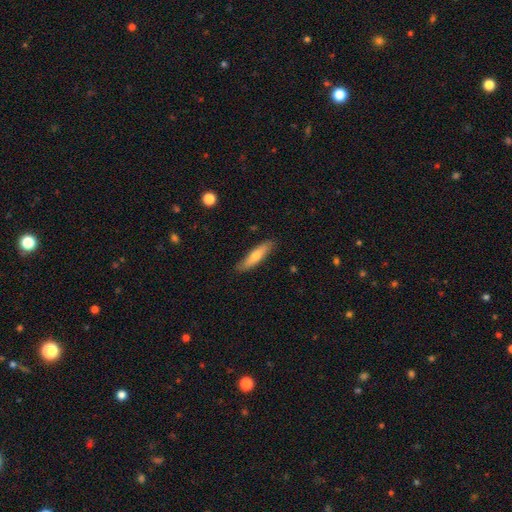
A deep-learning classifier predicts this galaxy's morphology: The model was most divided on "smooth or featured": smooth: 63%, featured or disk: 31%, star or artifact: 6%. More confident: merging — none (86%); how rounded — cigar-shaped (77%).